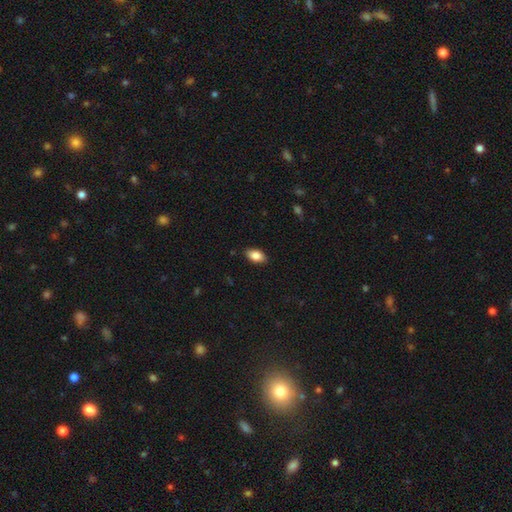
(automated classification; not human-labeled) Morphology: type=smooth (86%); roundness=in between (92%); merging=none (88%).